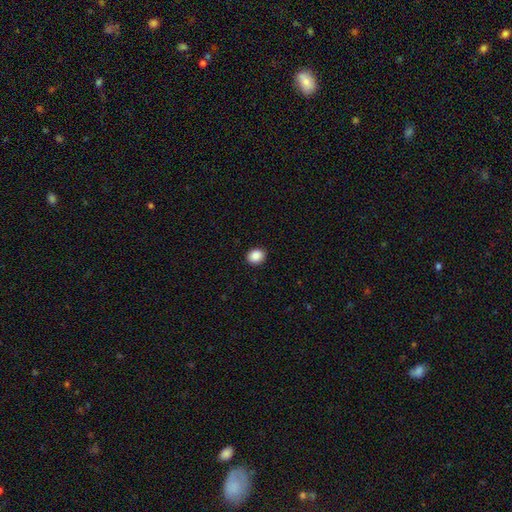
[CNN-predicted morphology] Smooth or featured? Predicted: smooth (p=0.89). How rounded? Predicted: round (p=0.69). Merging? Predicted: none (p=0.92).